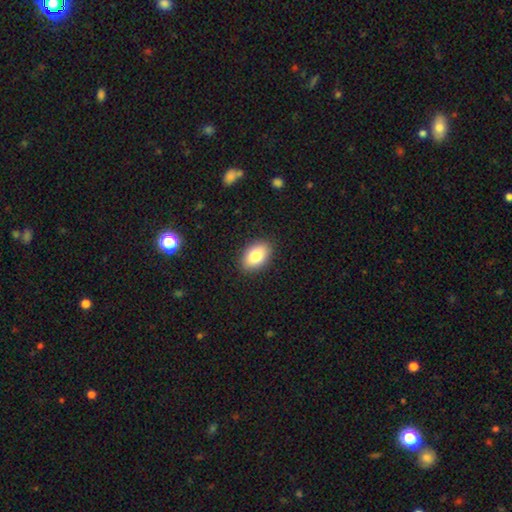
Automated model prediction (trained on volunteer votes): Q: Smooth or featured?
A: smooth (83%); runner-up: featured or disk (10%)
Q: How rounded?
A: in between (90%); runner-up: round (9%)
Q: Merging?
A: none (89%); runner-up: minor disturbance (8%)